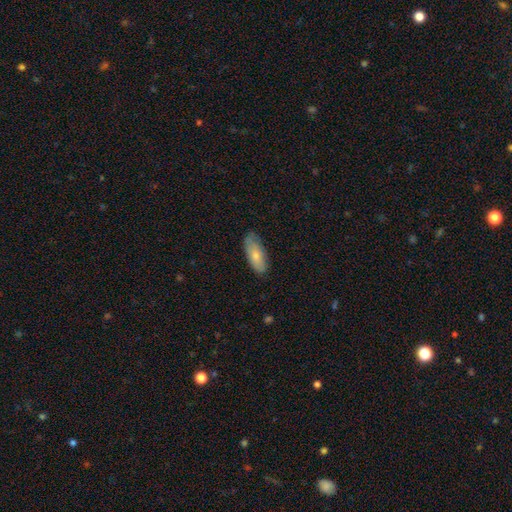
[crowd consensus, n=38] Smooth or featured? 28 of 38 (74%) said smooth. How rounded? 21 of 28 (75%) said in between. Merging? 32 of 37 (86%) said none.